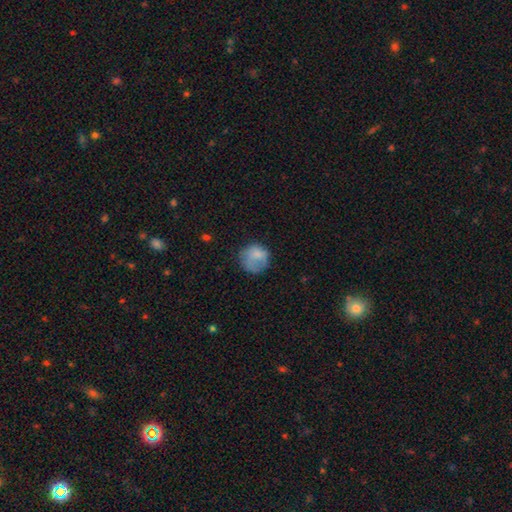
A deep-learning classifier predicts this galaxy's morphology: Smooth or featured?
  - smooth: 76% *
  - featured or disk: 15%
  - star or artifact: 9%
How rounded?
  - round: 85% *
  - in between: 14%
  - cigar-shaped: 1%
Merging?
  - none: 58% *
  - minor disturbance: 25%
  - major disturbance: 15%
  - merger: 2%